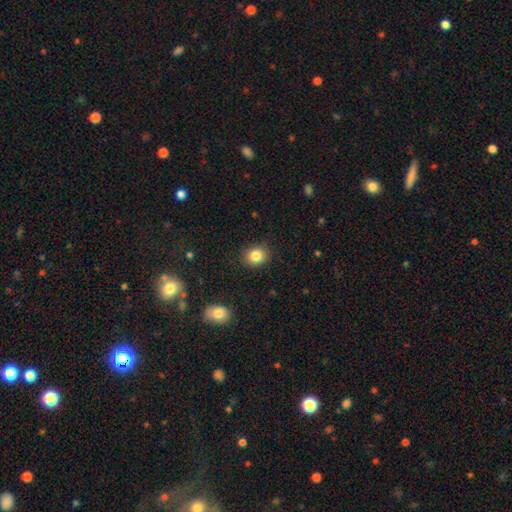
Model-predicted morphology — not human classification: Overall: smooth (84%). How rounded: round (73%). Merging: none (88%).